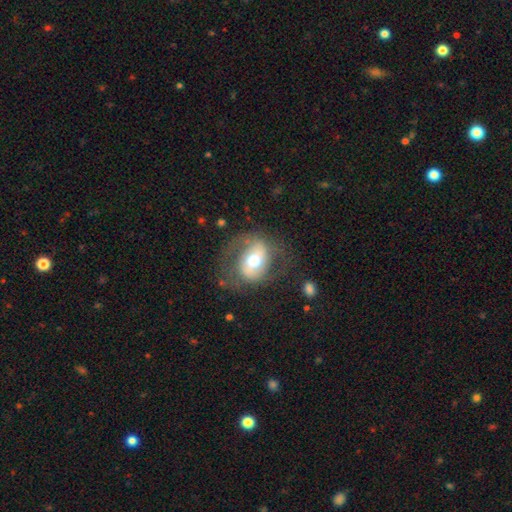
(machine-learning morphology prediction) smooth-or-featured: featured or disk: 63% | smooth: 30% | star or artifact: 7%
  disk-edge-on: no: 95% | yes: 5%
    bar: no: 36% | weak: 34% | strong: 31%
    has-spiral-arms: yes: 71% | no: 29%
    bulge-size: moderate: 69% | small: 15% | large: 13% | dominant: 2% | none: 1%
  merging: none: 62% | minor disturbance: 20% | major disturbance: 17% | merger: 2%